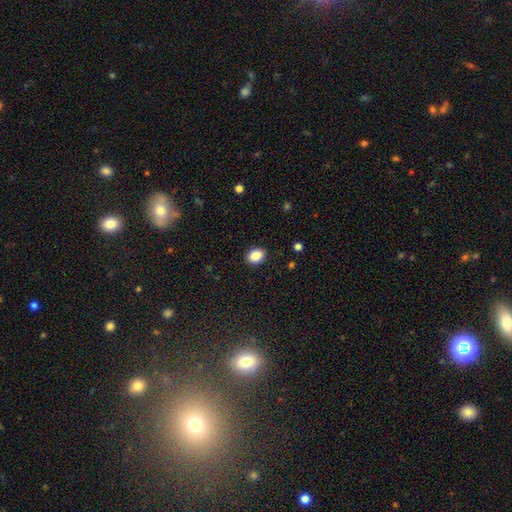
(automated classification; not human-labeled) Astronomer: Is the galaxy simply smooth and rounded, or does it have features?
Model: smooth — 86%.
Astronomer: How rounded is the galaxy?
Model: in between — 68%.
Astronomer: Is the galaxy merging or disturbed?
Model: none — 90%.